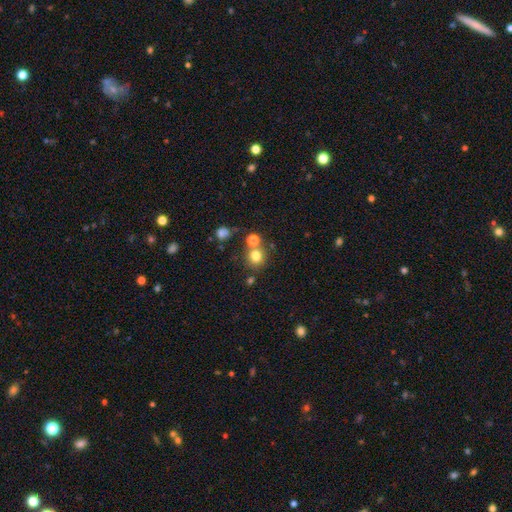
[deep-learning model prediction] Smooth or featured: smooth — 76% (star or artifact — 15%)
How rounded: round — 86% (in between — 13%)
Merging: none — 69% (merger — 19%)